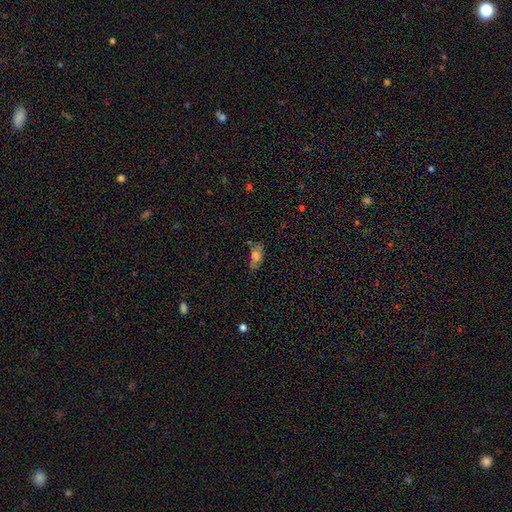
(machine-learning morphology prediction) Smooth or featured? Predicted: smooth (p=0.71). How rounded? Predicted: in between (p=0.82). Merging? Predicted: none (p=0.73).